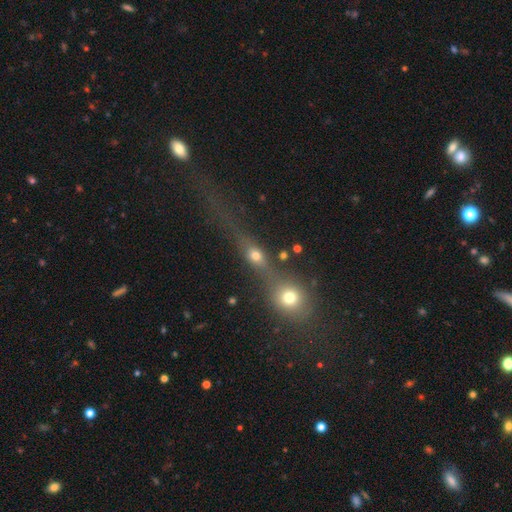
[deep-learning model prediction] A smooth galaxy with no disk features (47%). Merging: merger (45%).